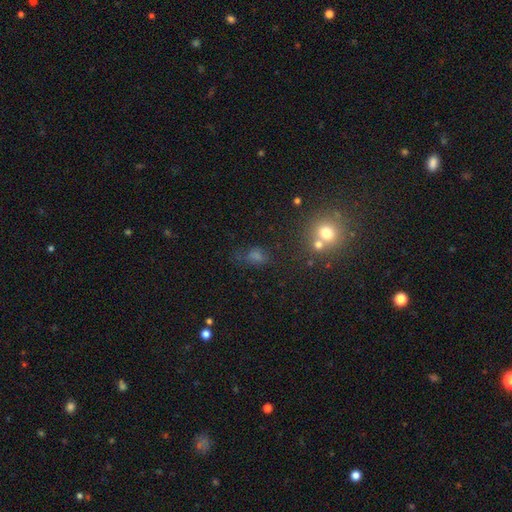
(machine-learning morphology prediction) This appears to be a smooth galaxy with no disk features (51%) that is in between round and cigar-shaped (50%). Merging: none (57%).